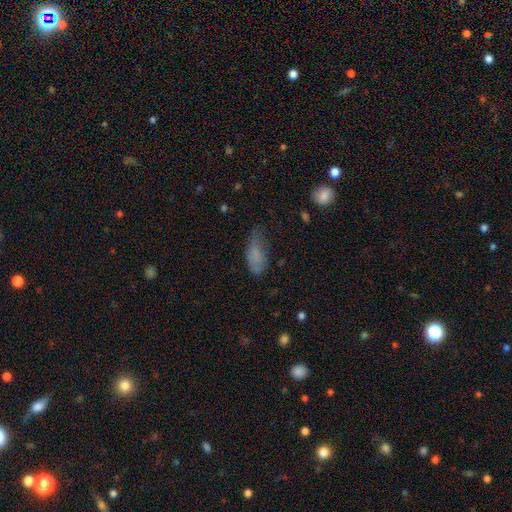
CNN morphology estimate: smooth 75%, featured or disk 16%, star or artifact 9%. Down the decision tree: how rounded — in between (84%); merging — none (45%).